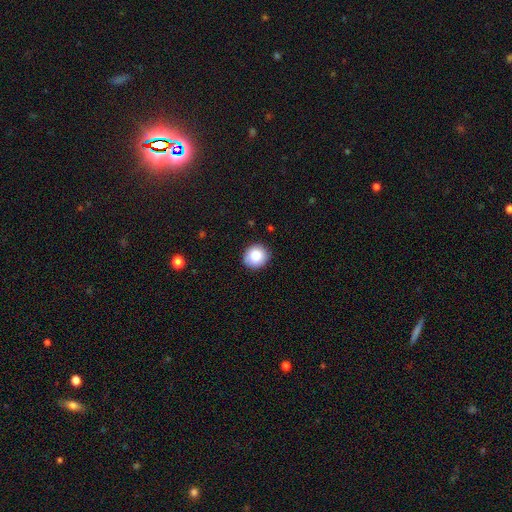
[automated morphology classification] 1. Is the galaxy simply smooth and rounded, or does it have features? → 83% smooth, 8% star or artifact, 8% featured or disk.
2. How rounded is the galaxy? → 86% round, 13% in between, 1% cigar-shaped.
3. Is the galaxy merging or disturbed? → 88% none, 9% minor disturbance, 2% major disturbance, 1% merger.